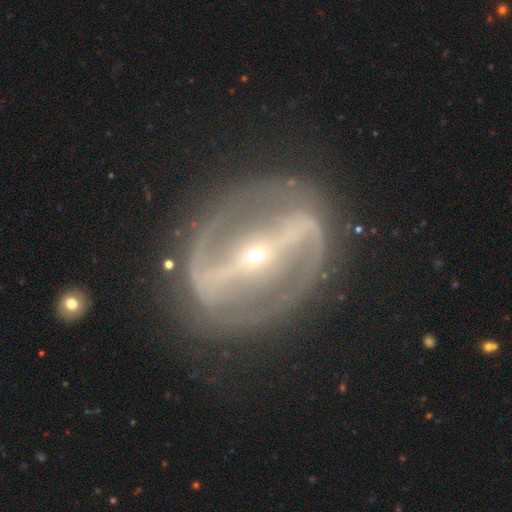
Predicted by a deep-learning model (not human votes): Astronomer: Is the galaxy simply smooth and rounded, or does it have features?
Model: featured or disk — 89%.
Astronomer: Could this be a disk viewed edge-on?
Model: no — 93%.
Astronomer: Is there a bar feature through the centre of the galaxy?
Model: strong — 80%.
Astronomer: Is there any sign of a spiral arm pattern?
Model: yes — 81%.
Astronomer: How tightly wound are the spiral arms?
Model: medium — 44% (runner-up: tight, 35%).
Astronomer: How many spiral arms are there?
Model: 2 — 82%.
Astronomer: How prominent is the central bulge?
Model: small — 82%.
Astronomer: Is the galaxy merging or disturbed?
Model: none — 79%.